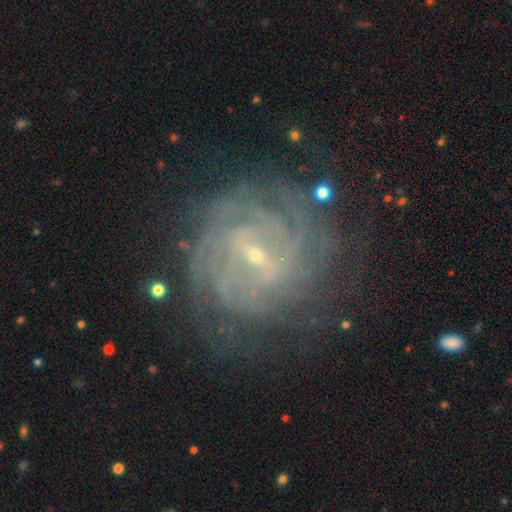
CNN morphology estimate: Q: Smooth or featured?
A: featured or disk (87%); runner-up: star or artifact (7%)
Q: Edge-on disk?
A: no (97%); runner-up: yes (3%)
Q: Bar?
A: weak (53%); runner-up: strong (29%)
Q: Spiral arms?
A: yes (95%); runner-up: no (5%)
Q: Spiral winding?
A: tight (76%); runner-up: medium (20%)
Q: Spiral arm count?
A: can't tell (36%); runner-up: 4 (19%)
Q: Bulge size?
A: small (79%); runner-up: moderate (17%)
Q: Merging?
A: none (78%); runner-up: minor disturbance (14%)